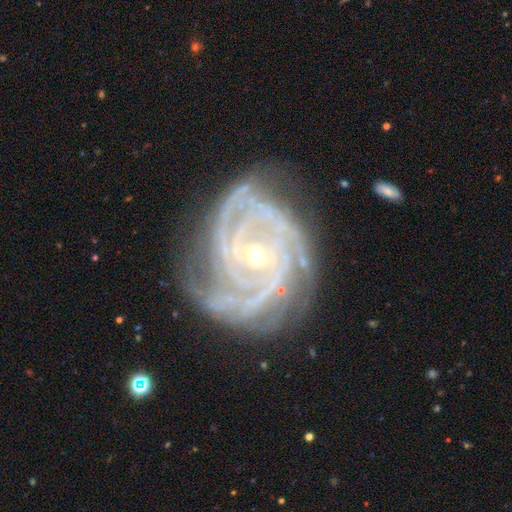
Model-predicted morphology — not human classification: type=featured or disk (92%); edge-on=no (98%); bar=no (60%); spiral arms=yes (98%); winding=tight (72%); arm count=3 (28%); bulge=small (72%); merging=none (67%).